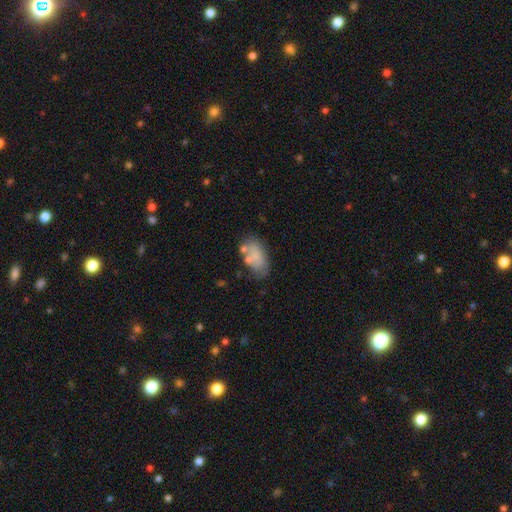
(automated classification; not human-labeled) Smooth or featured? Predicted: smooth (p=0.68). How rounded? Predicted: in between (p=0.91). Merging? Predicted: none (p=0.56).